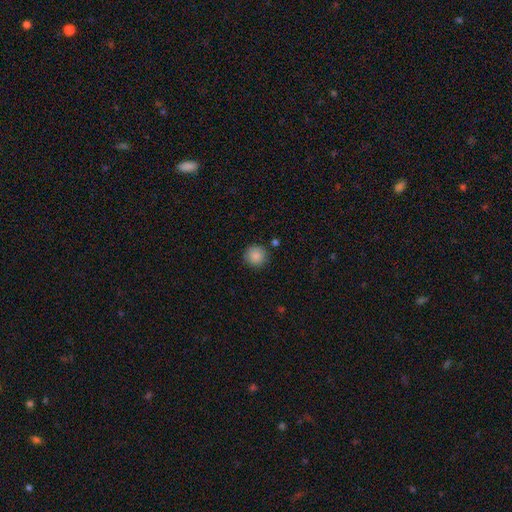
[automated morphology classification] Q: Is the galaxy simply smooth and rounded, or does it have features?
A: smooth — 87%.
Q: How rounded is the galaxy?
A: round — 94%.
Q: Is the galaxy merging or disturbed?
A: none — 88%.